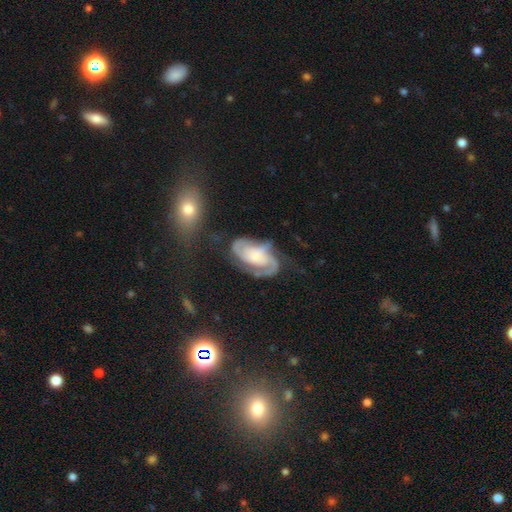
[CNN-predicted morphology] This appears to be a featured or disk galaxy (84%) with no bar (61%), 2 (58%) medium (43%, tied with tight) spiral arms (96%) and a small central bulge (34%). Merging: none (49%).